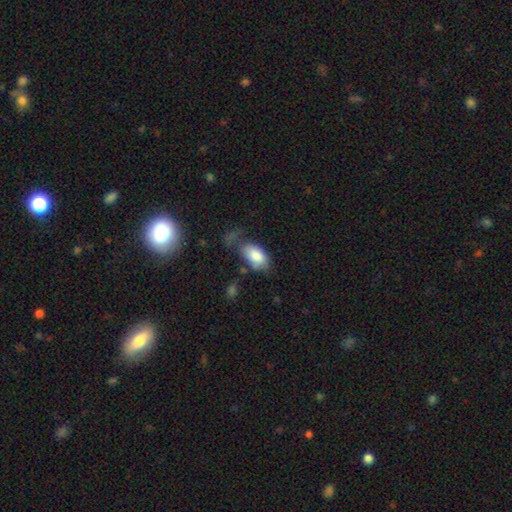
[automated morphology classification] A smooth galaxy with no disk features (83%) that is in between round and cigar-shaped (94%).

Vote fractions:
- Smooth or featured? smooth: 83% / featured or disk: 10% / star or artifact: 7%
- How rounded? in between: 94% / round: 4% / cigar-shaped: 2%
- Merging? none: 40% / minor disturbance: 29% / major disturbance: 22% / merger: 9%